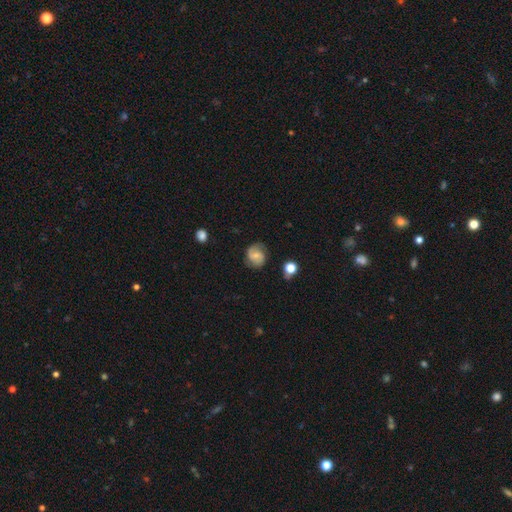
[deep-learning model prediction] The model was most divided on "bar": weak: 47%, no: 41%, strong: 12%. Remaining: edge-on disk — no (98%); spiral arms — yes (90%); spiral arm count — 2 (86%); merging — none (78%); smooth or featured — featured or disk (60%); bulge size — small (51%); spiral winding — medium (47%).